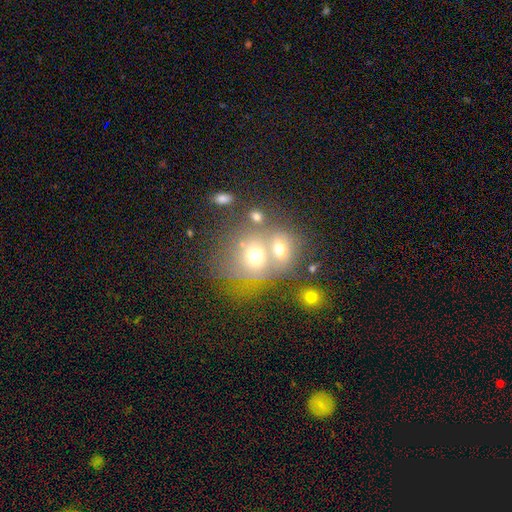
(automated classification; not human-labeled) The model was most divided on "smooth or featured": smooth: 59%, featured or disk: 25%, star or artifact: 16%. More confident: how rounded — round (68%); merging — merger (59%).